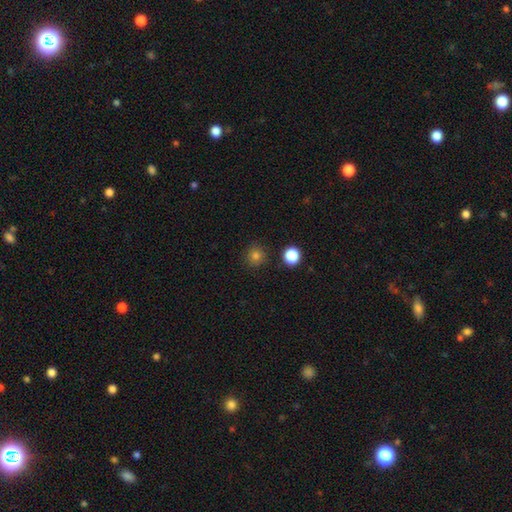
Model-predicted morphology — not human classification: Smooth or featured? Predicted: smooth (p=0.79). How rounded? Predicted: round (p=0.92). Merging? Predicted: none (p=0.88).